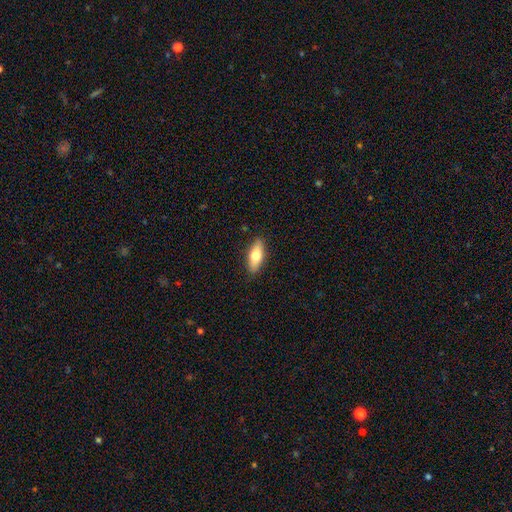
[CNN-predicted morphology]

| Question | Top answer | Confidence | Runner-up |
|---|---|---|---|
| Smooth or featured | smooth | 67% | featured or disk (27%) |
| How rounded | in between | 67% | cigar-shaped (31%) |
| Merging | none | 88% | minor disturbance (9%) |